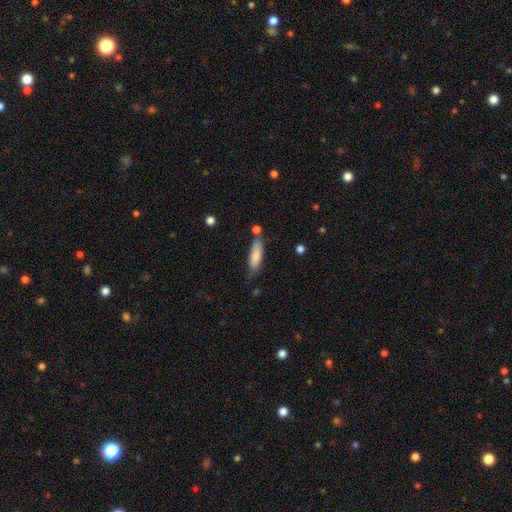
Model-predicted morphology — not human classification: Smooth or featured?
  - smooth: 82% *
  - featured or disk: 12%
  - star or artifact: 6%
How rounded?
  - cigar-shaped: 54% *
  - in between: 44%
  - round: 2%
Merging?
  - none: 59% *
  - minor disturbance: 24%
  - merger: 10%
  - major disturbance: 6%